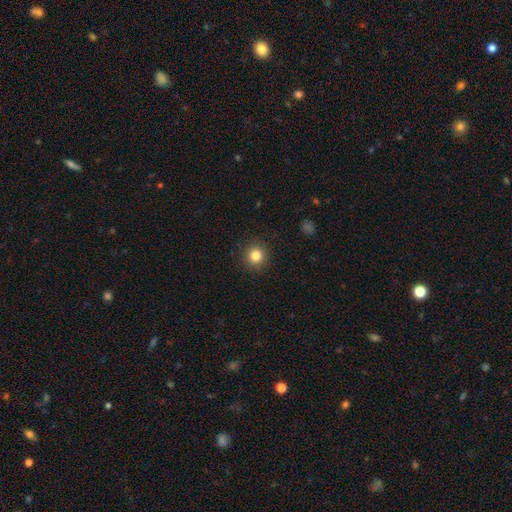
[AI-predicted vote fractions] smooth_or_featured: smooth (p=0.83) [alt: star or artifact p=0.12]
how_rounded: round (p=0.92) [alt: in between p=0.07]
merging: none (p=0.91) [alt: minor disturbance p=0.06]